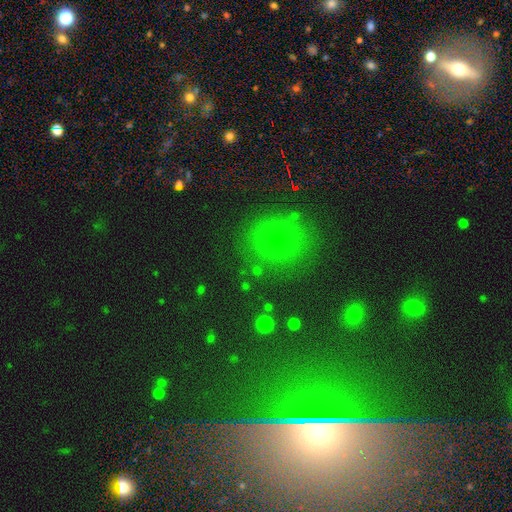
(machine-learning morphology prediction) Overall: star or artifact (50%; smooth 33%).